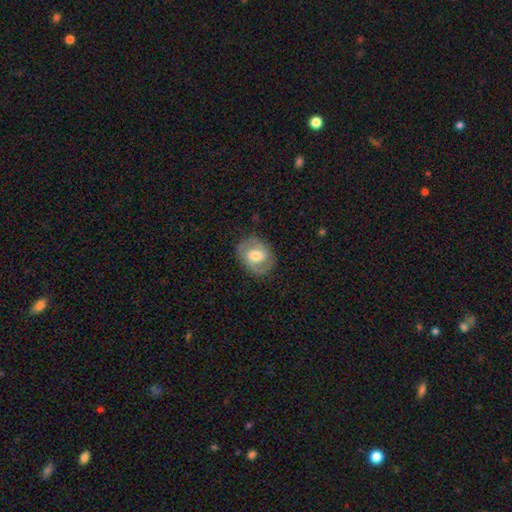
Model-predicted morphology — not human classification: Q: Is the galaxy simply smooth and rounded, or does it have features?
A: featured or disk — 66%.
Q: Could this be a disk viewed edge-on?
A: no — 96%.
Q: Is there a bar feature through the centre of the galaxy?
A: weak — 44%.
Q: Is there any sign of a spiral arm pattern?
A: yes — 81%.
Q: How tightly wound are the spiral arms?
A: medium — 48%.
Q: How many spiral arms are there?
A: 2 — 85%.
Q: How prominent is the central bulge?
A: moderate — 65%.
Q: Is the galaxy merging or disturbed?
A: none — 82%.